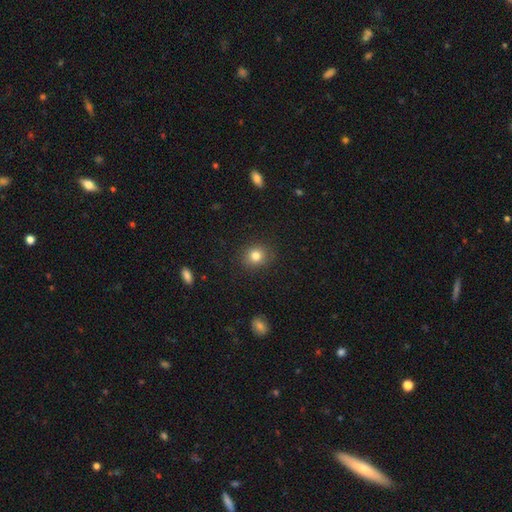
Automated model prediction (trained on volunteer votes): Smooth or featured? Predicted: smooth (p=0.81). How rounded? Predicted: round (p=0.77). Merging? Predicted: none (p=0.88).